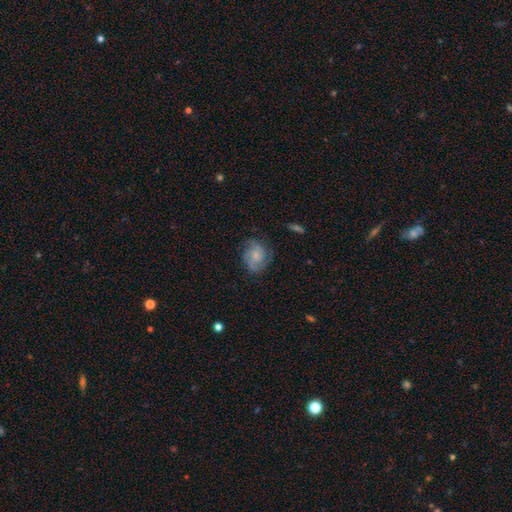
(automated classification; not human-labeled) Overall: featured or disk (62%; smooth 30%). Edge-on disk: no (98%). Bar: no (75%). Spiral arms: yes (92%). Spiral arm count: 2 (33%; 3 26%). Spiral winding: tight (46%; medium 40%). Bulge size: small (49%; moderate 25%). Merging: none (71%).